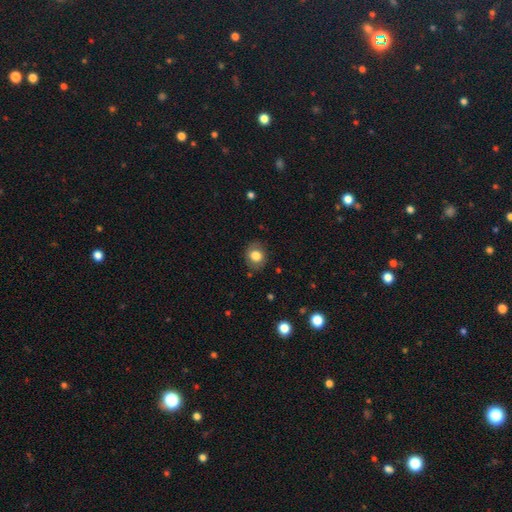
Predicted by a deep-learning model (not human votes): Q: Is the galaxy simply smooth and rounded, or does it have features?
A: smooth — 80%.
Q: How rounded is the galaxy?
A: round — 66%.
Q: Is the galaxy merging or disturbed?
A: none — 81%.